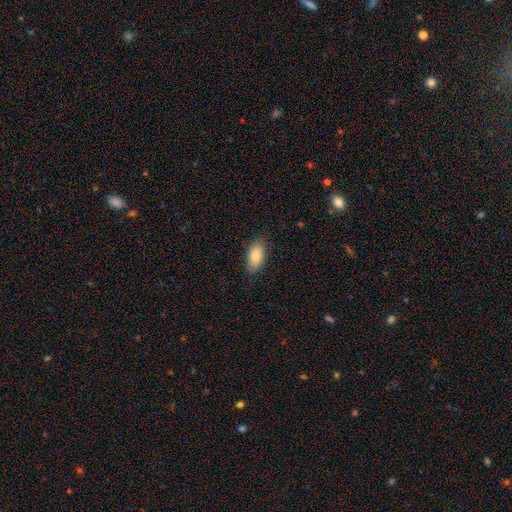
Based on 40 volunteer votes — A smooth galaxy with no disk features (90%) that is in between round and cigar-shaped (92%).

Vote fractions:
- Smooth or featured? smooth: 90% / featured or disk: 8% / star or artifact: 2%
- How rounded? in between: 92% / cigar-shaped: 8% / round: 0%
- Merging? none: 87% / minor disturbance: 10% / major disturbance: 3% / merger: 0%